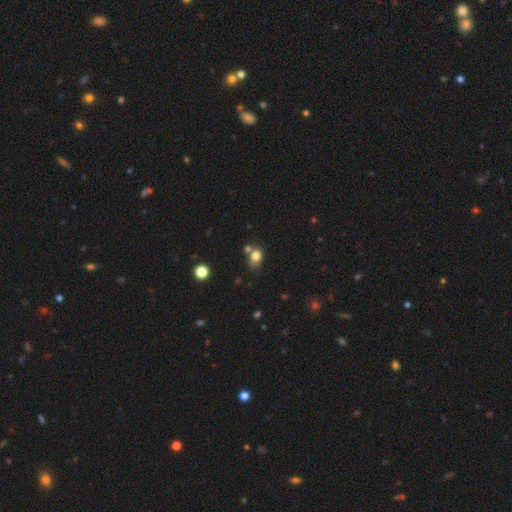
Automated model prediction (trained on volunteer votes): A smooth galaxy with no disk features (79%) that is in between round and cigar-shaped (57%). Merging: none (50%).